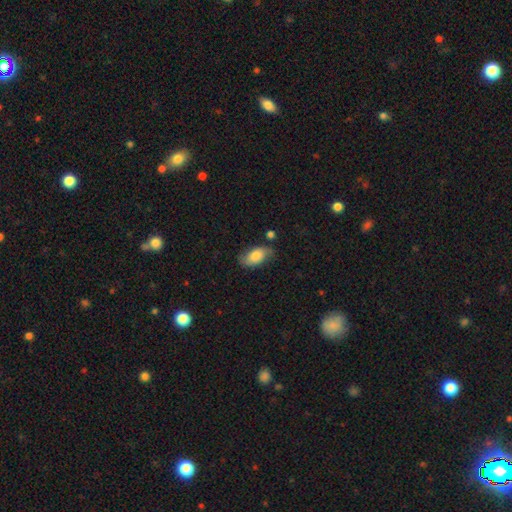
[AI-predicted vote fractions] Q: Smooth or featured?
A: smooth (65%); runner-up: featured or disk (27%)
Q: How rounded?
A: in between (92%); runner-up: round (5%)
Q: Merging?
A: none (69%); runner-up: minor disturbance (22%)